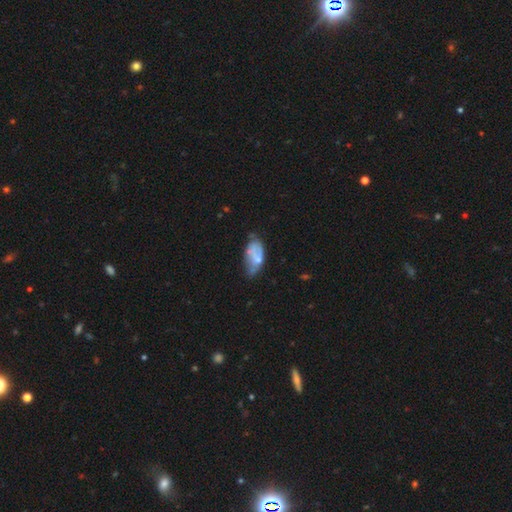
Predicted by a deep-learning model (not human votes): Smooth or featured? Predicted: smooth (p=0.51). How rounded? Predicted: in between (p=0.92). Merging? Predicted: minor disturbance (p=0.33, tied with none).